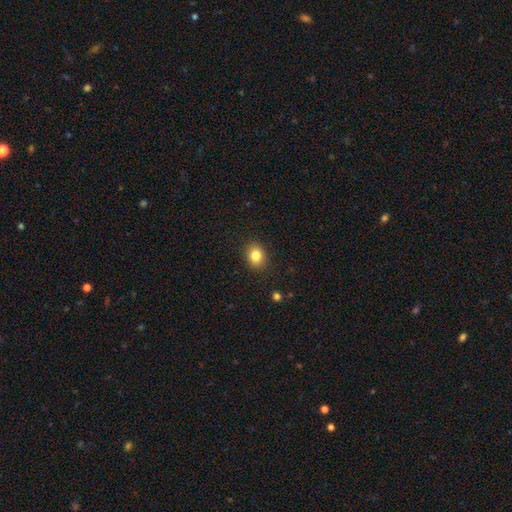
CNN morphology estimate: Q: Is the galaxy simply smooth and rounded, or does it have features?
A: smooth — 83%.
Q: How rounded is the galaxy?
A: round — 60%.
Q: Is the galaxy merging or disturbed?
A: none — 89%.